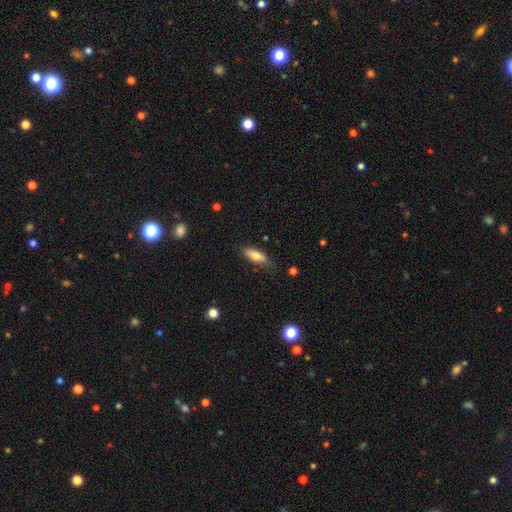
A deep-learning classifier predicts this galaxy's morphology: A smooth galaxy with no disk features (76%) that is in between round and cigar-shaped (61%). Merging: none (80%).